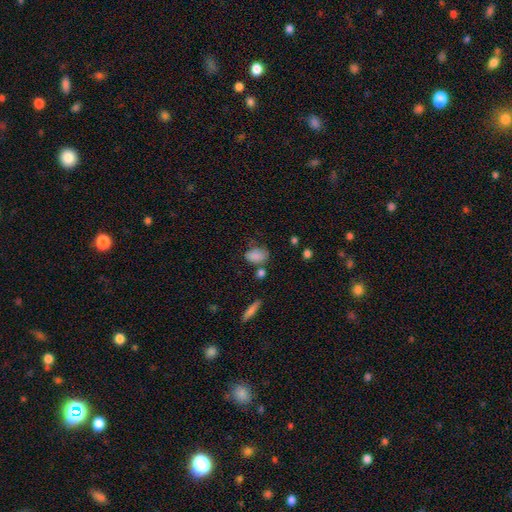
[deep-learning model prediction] smooth_or_featured: smooth (p=0.82) [alt: featured or disk p=0.09]
how_rounded: in between (p=0.81) [alt: round p=0.17]
merging: none (p=0.52) [alt: minor disturbance p=0.27]